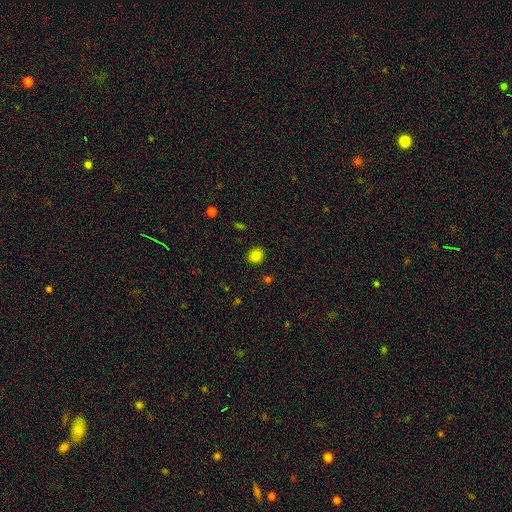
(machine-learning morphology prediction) Q: Smooth or featured?
A: smooth (84%); runner-up: star or artifact (12%)
Q: How rounded?
A: round (83%); runner-up: in between (16%)
Q: Merging?
A: none (89%); runner-up: minor disturbance (7%)